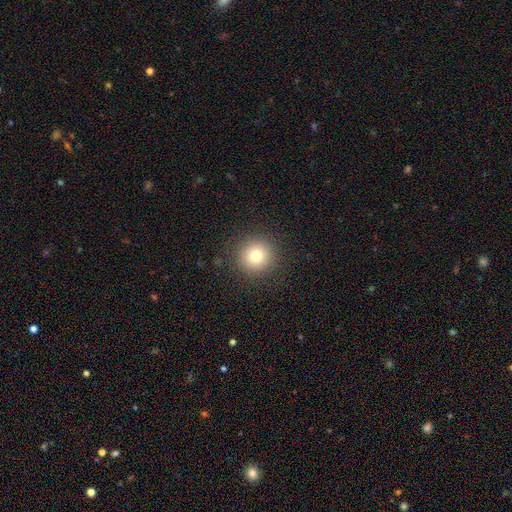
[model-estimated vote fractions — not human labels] smooth_or_featured: smooth (p=0.78) [alt: star or artifact p=0.13]
how_rounded: round (p=0.95) [alt: in between p=0.04]
merging: none (p=0.90) [alt: minor disturbance p=0.06]